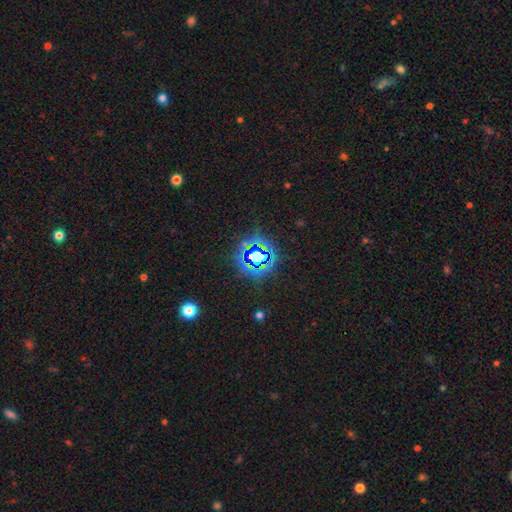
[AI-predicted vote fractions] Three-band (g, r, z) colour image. It shows a star or artifact, not a galaxy (76%).